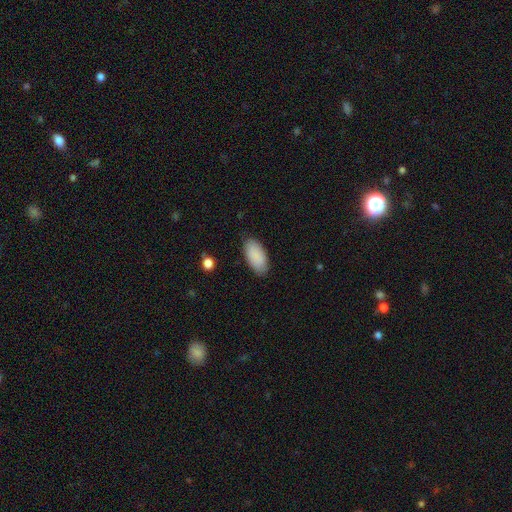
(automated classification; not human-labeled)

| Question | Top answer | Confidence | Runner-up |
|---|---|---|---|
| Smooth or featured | smooth | 89% | star or artifact (6%) |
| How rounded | in between | 94% | cigar-shaped (4%) |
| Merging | none | 85% | minor disturbance (12%) |